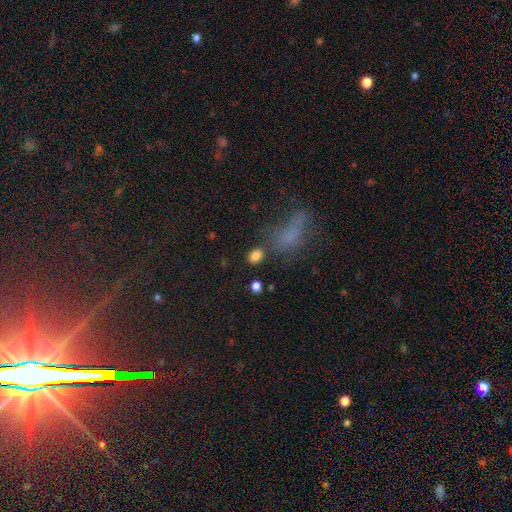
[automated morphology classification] Smooth or featured? Predicted: smooth (p=0.84). How rounded? Predicted: in between (p=0.68). Merging? Predicted: none (p=0.77).